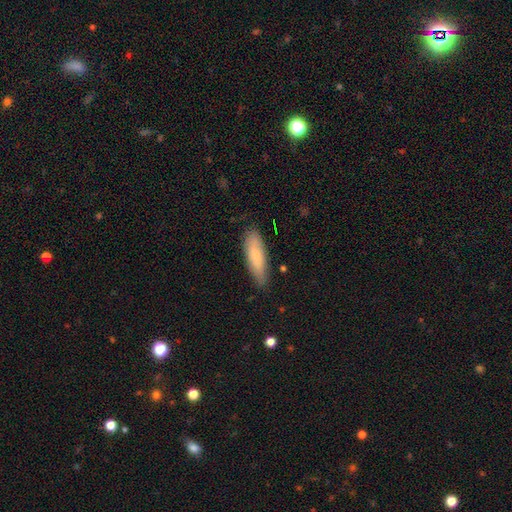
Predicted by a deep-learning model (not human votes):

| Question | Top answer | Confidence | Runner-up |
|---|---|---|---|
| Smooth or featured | smooth | 77% | featured or disk (18%) |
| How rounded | cigar-shaped | 55% | in between (44%) |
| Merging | none | 79% | minor disturbance (17%) |